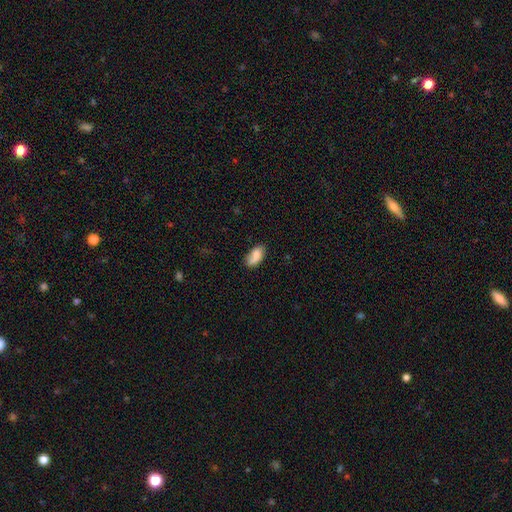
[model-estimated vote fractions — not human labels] A smooth galaxy with no disk features (74%) that is in between round and cigar-shaped (91%). Merging: none (60%).